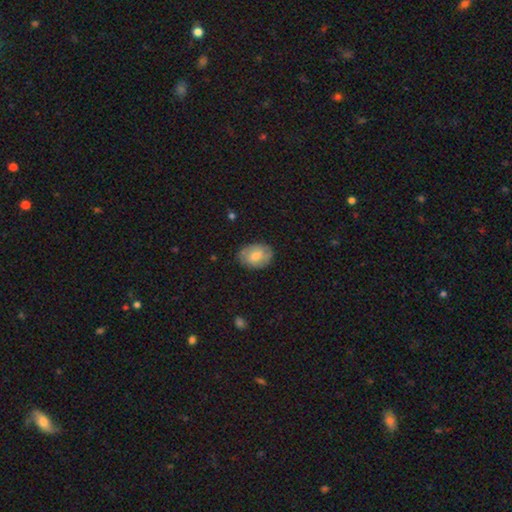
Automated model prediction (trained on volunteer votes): smooth 62%, featured or disk 30%, star or artifact 8%. Down the decision tree: how rounded — in between (75%); merging — none (78%).